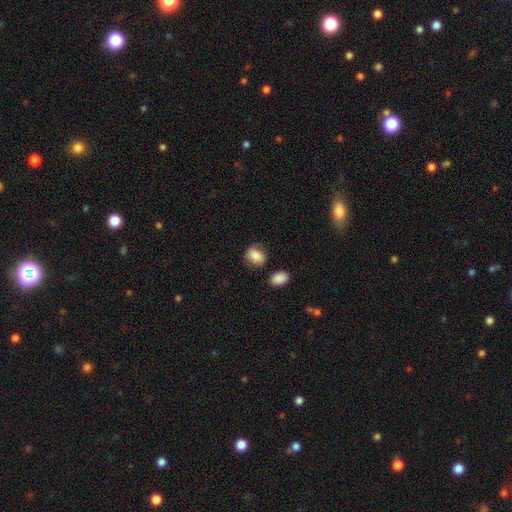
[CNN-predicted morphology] Q: Smooth or featured?
A: smooth (83%); runner-up: featured or disk (10%)
Q: How rounded?
A: in between (55%); runner-up: round (43%)
Q: Merging?
A: none (69%); runner-up: minor disturbance (20%)